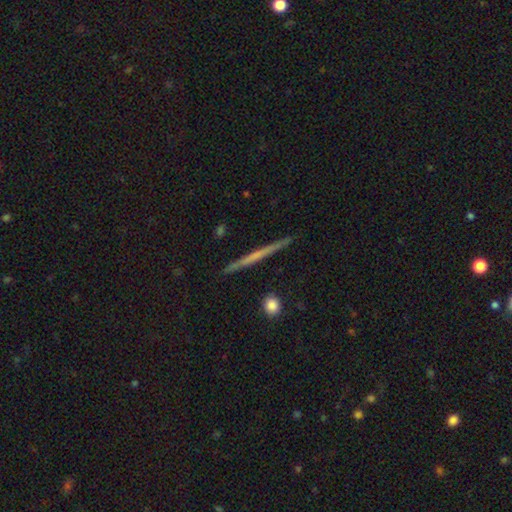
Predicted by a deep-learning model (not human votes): The model was most divided on "smooth or featured": featured or disk: 54%, smooth: 40%, star or artifact: 6%. More confident: edge-on disk — yes (97%); merging — none (91%); edge-on bulge — none (87%).